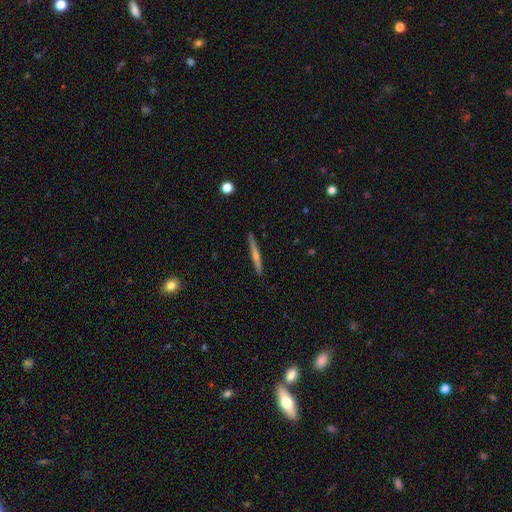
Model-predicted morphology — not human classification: Smooth or featured? Predicted: featured or disk (p=0.66). Edge-on disk? Predicted: yes (p=0.98). Edge-on bulge? Predicted: rounded (p=0.70). Merging? Predicted: none (p=0.91).